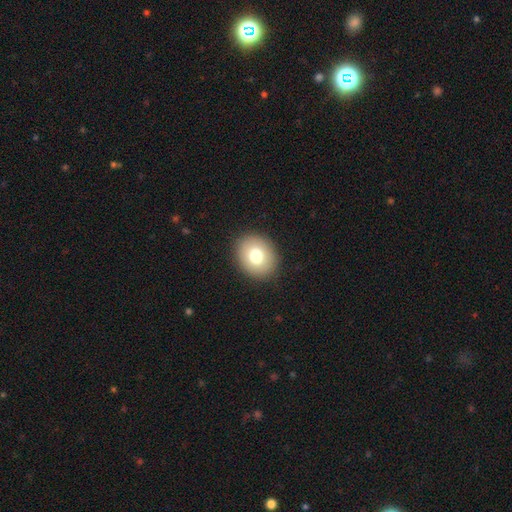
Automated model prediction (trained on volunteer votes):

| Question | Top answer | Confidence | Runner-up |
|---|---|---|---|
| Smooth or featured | smooth | 76% | featured or disk (14%) |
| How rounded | round | 58% | in between (41%) |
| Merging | none | 90% | minor disturbance (7%) |